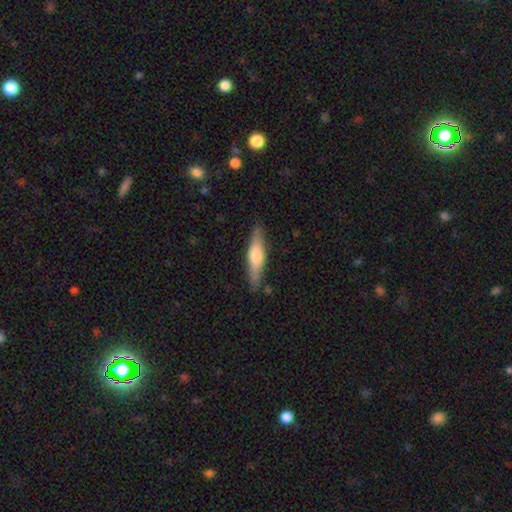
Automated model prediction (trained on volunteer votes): Smooth or featured?
  - featured or disk: 47% * (tied)
  - smooth: 47% * (tied)
  - star or artifact: 5%
Merging?
  - none: 86% *
  - minor disturbance: 10%
  - major disturbance: 2%
  - merger: 2%